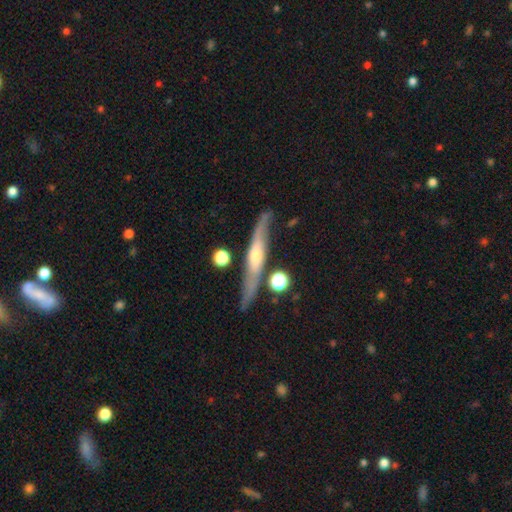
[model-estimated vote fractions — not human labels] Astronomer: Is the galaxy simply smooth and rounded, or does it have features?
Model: featured or disk — 68%.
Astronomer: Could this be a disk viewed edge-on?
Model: yes — 87%.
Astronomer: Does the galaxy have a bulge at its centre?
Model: rounded — 73%.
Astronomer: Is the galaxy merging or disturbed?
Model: none — 73%.